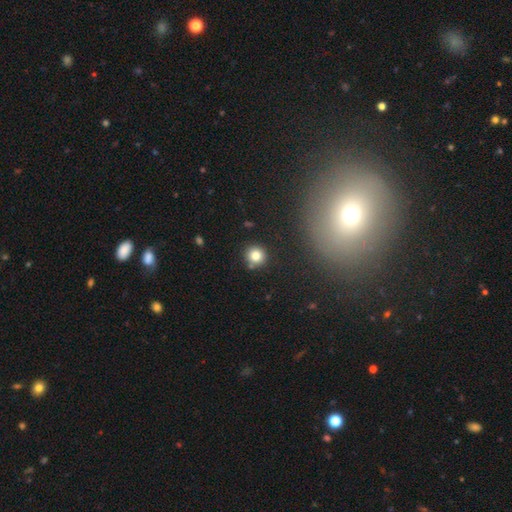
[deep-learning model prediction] Smooth or featured? Predicted: smooth (p=0.81). How rounded? Predicted: round (p=0.94). Merging? Predicted: none (p=0.84).